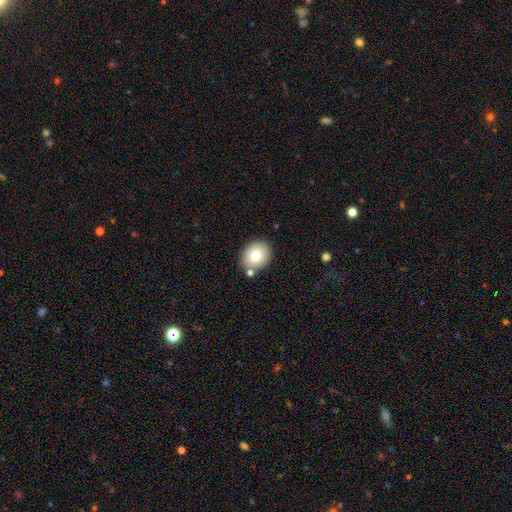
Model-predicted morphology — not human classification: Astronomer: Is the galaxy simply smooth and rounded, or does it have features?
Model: smooth — 80%.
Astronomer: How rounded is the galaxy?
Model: round — 56% (runner-up: in between, 43%).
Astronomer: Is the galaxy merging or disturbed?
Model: none — 80%.